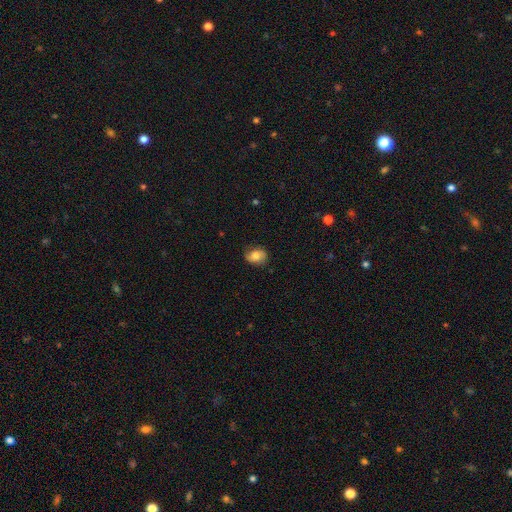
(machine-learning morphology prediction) A smooth galaxy with no disk features (74%) that is in between round and cigar-shaped (63%). Merging: none (77%).